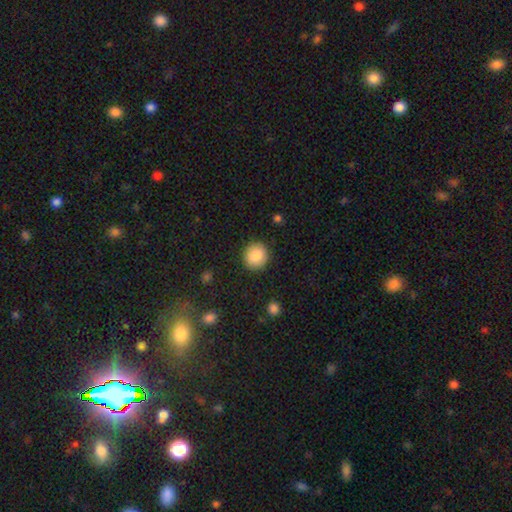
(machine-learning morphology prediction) The model was most divided on "how rounded": round: 86%, in between: 13%, cigar-shaped: 1%. More confident: merging — none (89%); smooth or featured — smooth (87%).